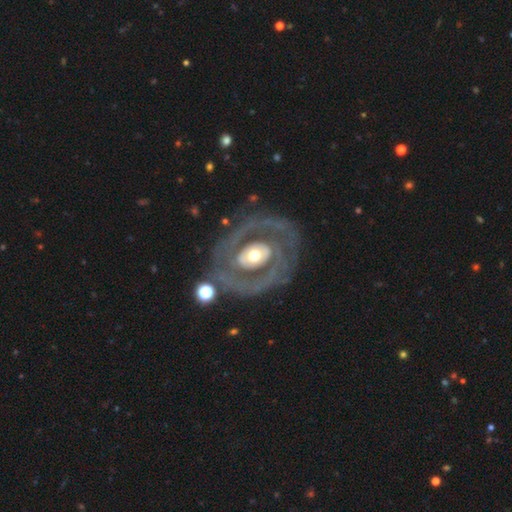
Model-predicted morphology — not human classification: smooth-or-featured: featured or disk: 79% | smooth: 16% | star or artifact: 5%
  disk-edge-on: no: 96% | yes: 4%
    bar: no: 65% | weak: 22% | strong: 13%
    has-spiral-arms: yes: 61% | no: 39%
    bulge-size: moderate: 62% | large: 23% | small: 11% | dominant: 2% | none: 1%
  merging: none: 70% | minor disturbance: 14% | major disturbance: 13% | merger: 3%